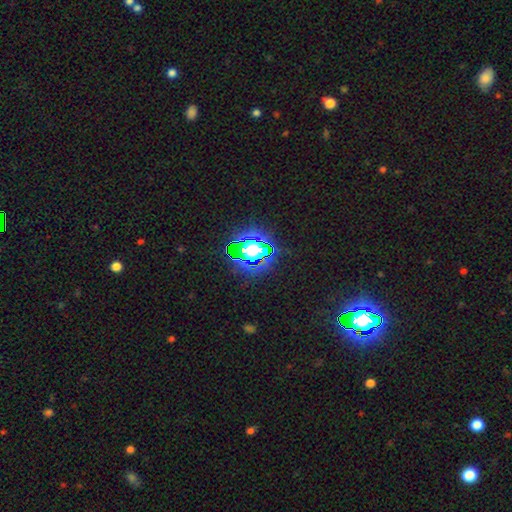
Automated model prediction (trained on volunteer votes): A star or artifact, not a galaxy (63%).

Vote fractions:
- Smooth or featured? star or artifact: 63% / smooth: 24% / featured or disk: 13%